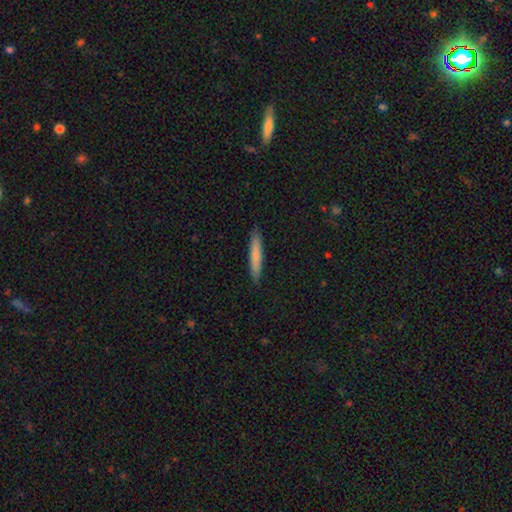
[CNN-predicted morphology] A smooth galaxy with no disk features (77%) that is cigar-shaped (94%). Merging: none (90%).